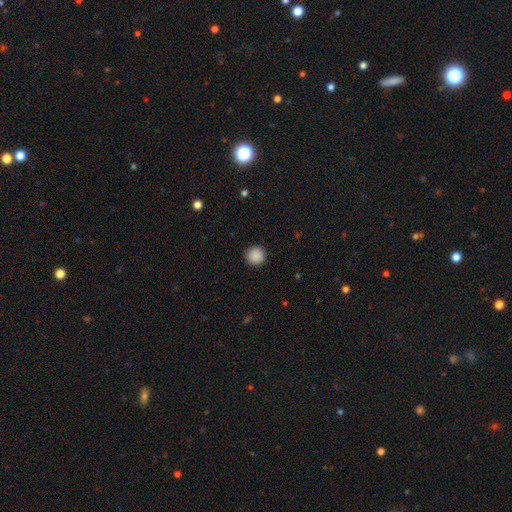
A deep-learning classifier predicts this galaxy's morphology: Q: Smooth or featured?
A: smooth (89%); runner-up: star or artifact (9%)
Q: How rounded?
A: round (95%); runner-up: in between (4%)
Q: Merging?
A: none (92%); runner-up: minor disturbance (5%)